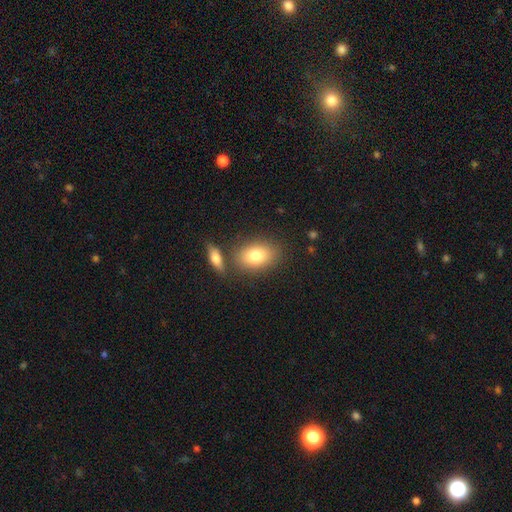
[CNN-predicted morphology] The model was most divided on "merging": none: 72%, merger: 14%, minor disturbance: 11%, major disturbance: 3%. More confident: how rounded — in between (81%); smooth or featured — smooth (79%).